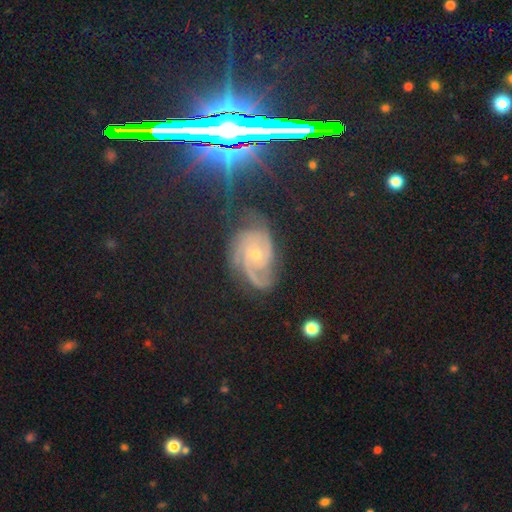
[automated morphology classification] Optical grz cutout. It shows a featured or disk galaxy (67%) with no bar (75%), 2 (28%) tight (57%) spiral arms (96%) and a small central bulge (66%). Merging: none (66%).